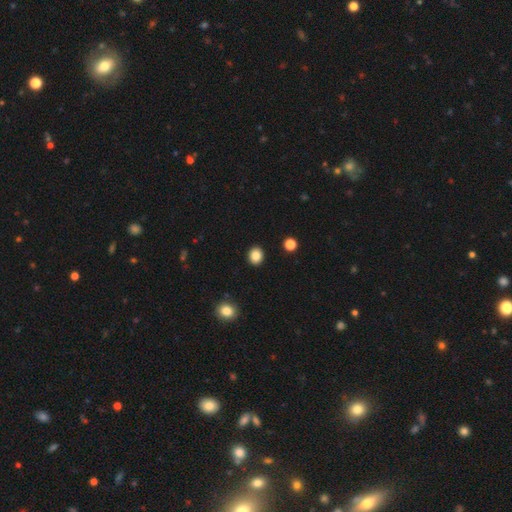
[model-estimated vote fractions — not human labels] This is clearly a smooth galaxy (85%). How rounded: likely round (72%). Merging: clearly none (92%).